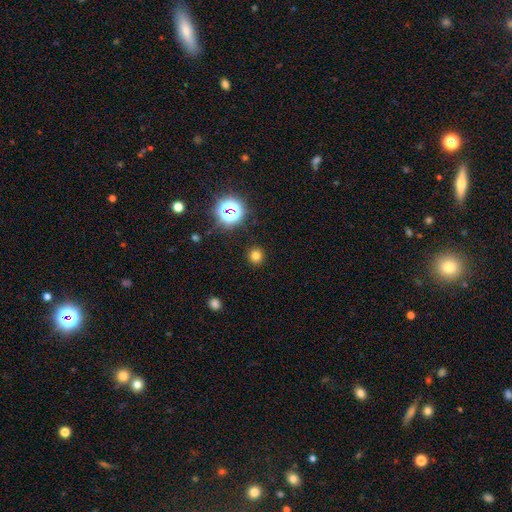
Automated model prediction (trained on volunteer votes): Morphology: type=smooth (73%); roundness=round (92%); merging=none (91%).